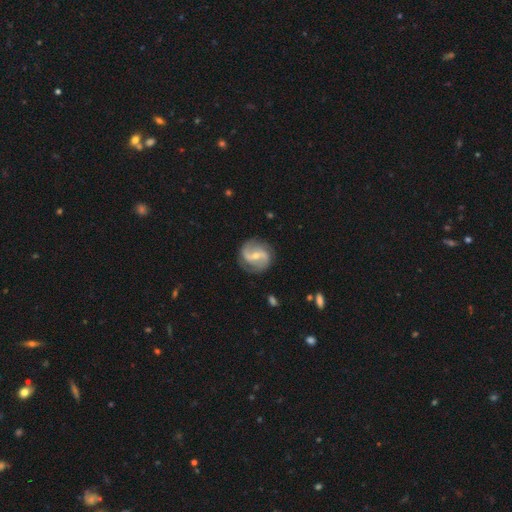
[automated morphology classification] A featured or disk galaxy (84%) with a weak bar (43%), 2 (90%) loose (44%) spiral arms (94%) and a small central bulge (53%). Merging: none (83%).